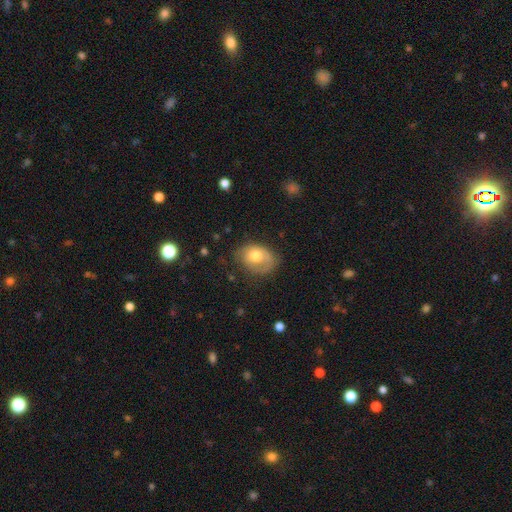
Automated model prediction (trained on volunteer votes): smooth 62%, featured or disk 30%, star or artifact 7%. Down the decision tree: how rounded — in between (71%); merging — none (55%).